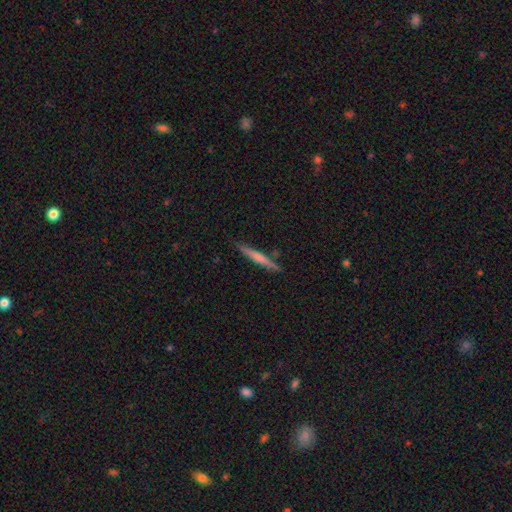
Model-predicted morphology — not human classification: This is possibly a smooth galaxy (49%). Merging: clearly none (89%).